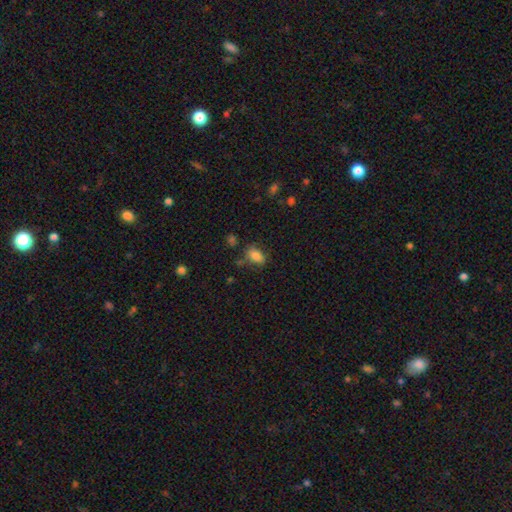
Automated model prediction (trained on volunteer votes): A smooth galaxy with no disk features (82%) that is in between round and cigar-shaped (87%).

Vote fractions:
- Smooth or featured? smooth: 82% / star or artifact: 10% / featured or disk: 8%
- How rounded? in between: 87% / round: 10% / cigar-shaped: 3%
- Merging? none: 66% / minor disturbance: 21% / major disturbance: 7% / merger: 6%